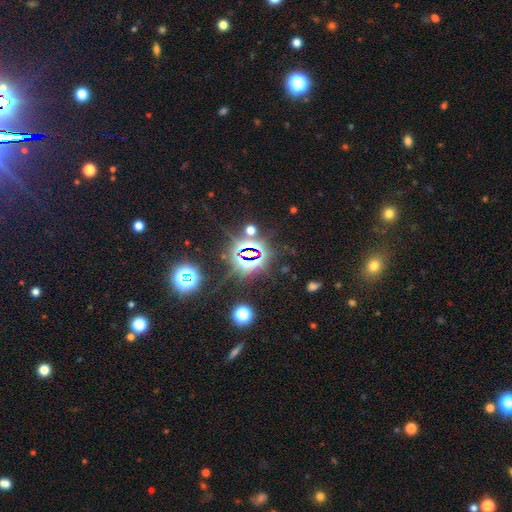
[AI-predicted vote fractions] This appears to be a star or artifact, not a galaxy (80%).